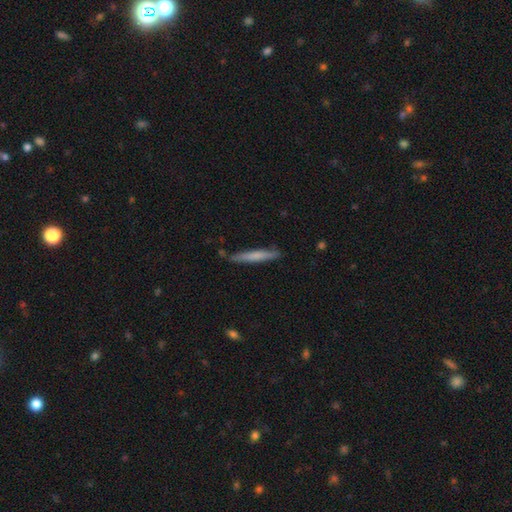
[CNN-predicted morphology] type=smooth (66%); roundness=cigar-shaped (95%); merging=none (84%).